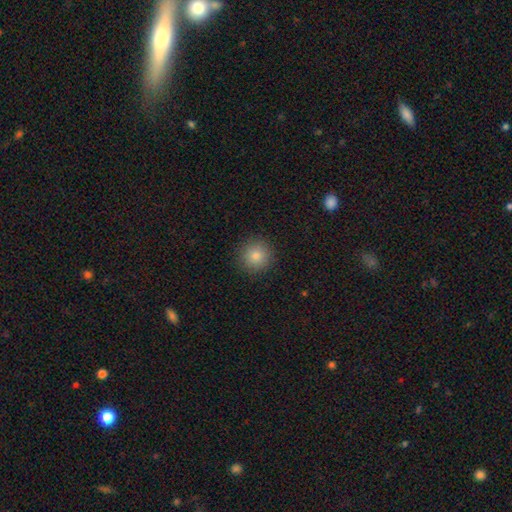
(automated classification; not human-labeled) smooth-or-featured: smooth: 82% | star or artifact: 12% | featured or disk: 6%
  how-rounded: round: 94% | in between: 5% | cigar-shaped: 1%
  merging: none: 92% | minor disturbance: 5% | major disturbance: 2% | merger: 1%